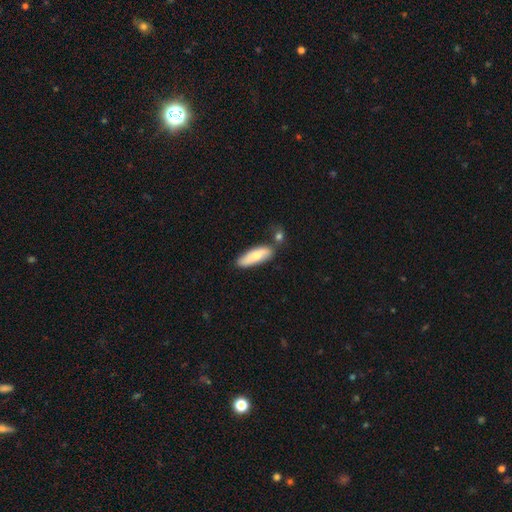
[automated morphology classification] Smooth or featured: smooth — 73% (featured or disk — 21%)
How rounded: in between — 54% (cigar-shaped — 44%)
Merging: none — 64% (minor disturbance — 18%)